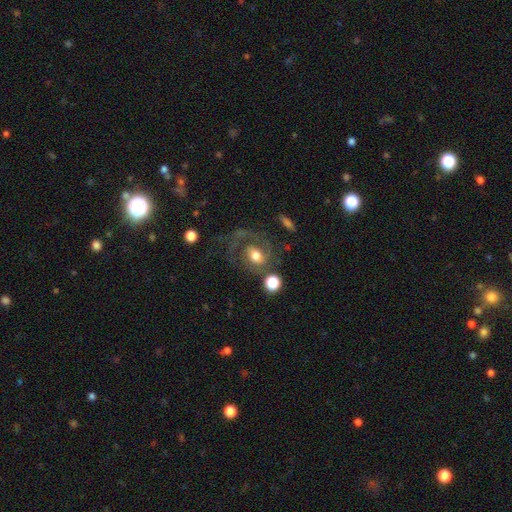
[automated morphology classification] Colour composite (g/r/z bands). It shows a featured or disk galaxy (63%) with no bar (61%), spiral arms (81%) and a moderate central bulge (62%). Merging: none (42%).